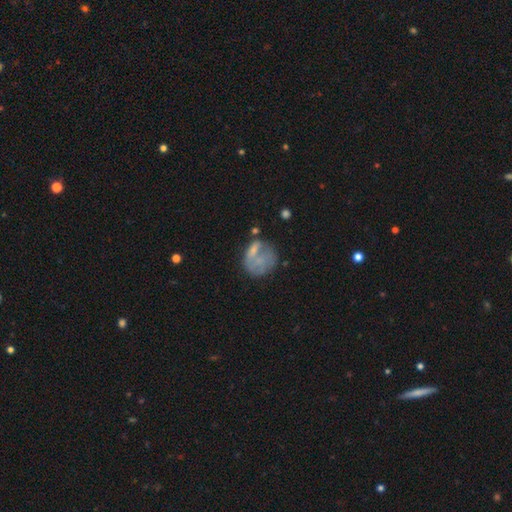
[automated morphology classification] Overall: smooth (51%; featured or disk 37%). How rounded: round (73%). Merging: none (44%; minor disturbance 23%).